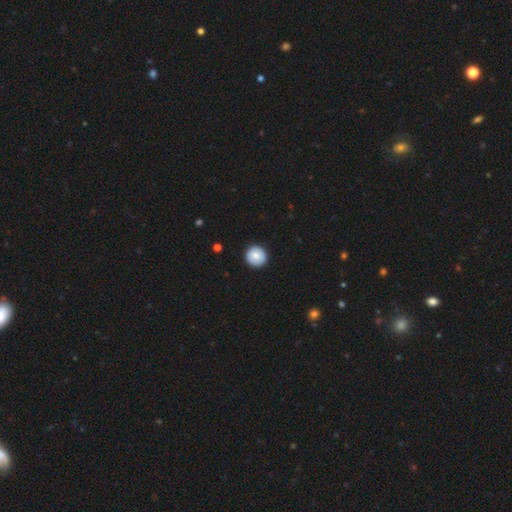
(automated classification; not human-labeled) Smooth or featured?
  - smooth: 82% *
  - featured or disk: 11%
  - star or artifact: 7%
How rounded?
  - round: 95% *
  - in between: 4%
  - cigar-shaped: 1%
Merging?
  - none: 92% *
  - minor disturbance: 6%
  - major disturbance: 2%
  - merger: 1%